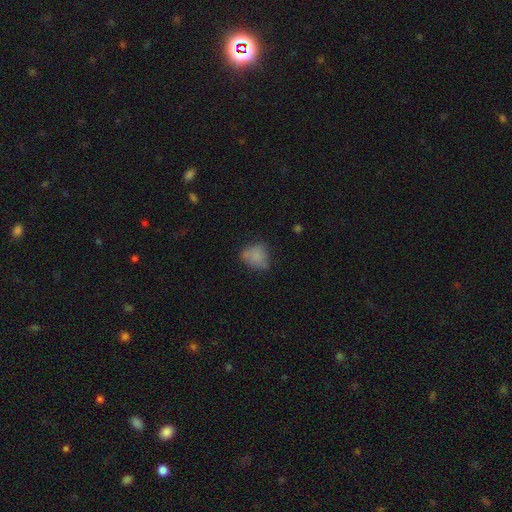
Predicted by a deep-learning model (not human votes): Smooth or featured? Predicted: smooth (p=0.74). How rounded? Predicted: in between (p=0.52). Merging? Predicted: none (p=0.51).